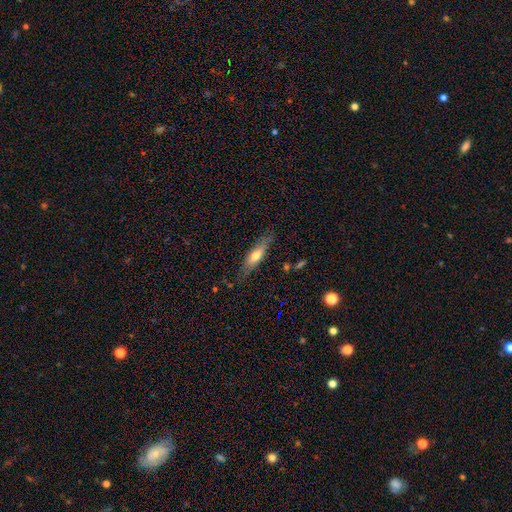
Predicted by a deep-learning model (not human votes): smooth 58%, featured or disk 36%, star or artifact 7%. Down the decision tree: how rounded — cigar-shaped (59%); merging — none (78%).